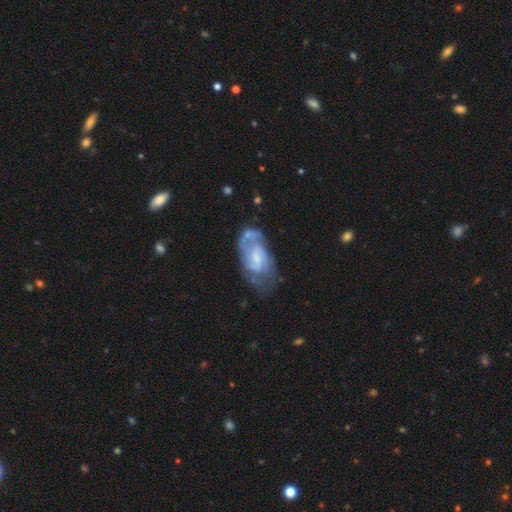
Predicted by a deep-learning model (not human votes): smooth_or_featured: featured or disk (p=0.68) [alt: smooth p=0.25]
disk_edge_on: no (p=0.95) [alt: yes p=0.05]
bar: weak (p=0.49) [alt: no p=0.40]
has_spiral_arms: yes (p=0.73) [alt: no p=0.27]
bulge_size: small (p=0.49) [alt: moderate p=0.32]
merging: none (p=0.44) [alt: minor disturbance p=0.27]